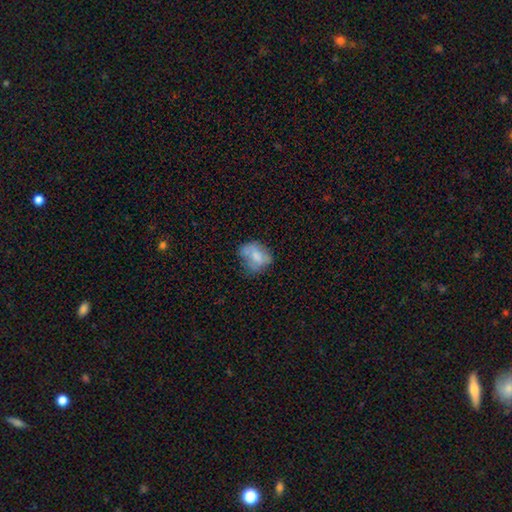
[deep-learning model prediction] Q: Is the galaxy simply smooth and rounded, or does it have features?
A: smooth — 65%.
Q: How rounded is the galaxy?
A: in between — 62%.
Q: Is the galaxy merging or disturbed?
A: none — 47%.